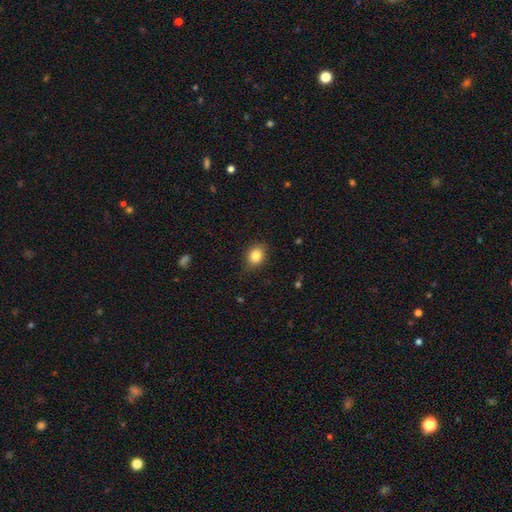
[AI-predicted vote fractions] smooth 83%, star or artifact 9%, featured or disk 7%. Down the decision tree: how rounded — in between (57%); merging — none (82%).